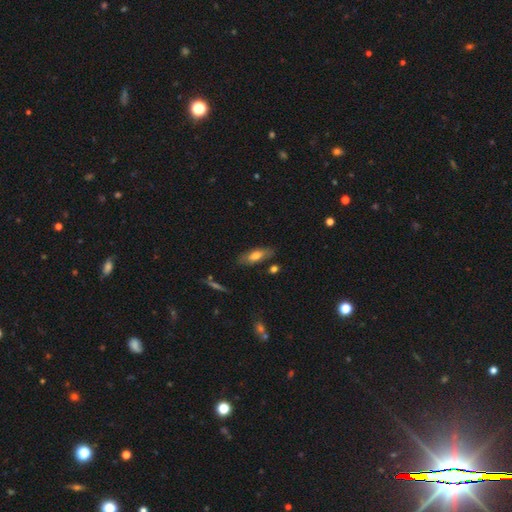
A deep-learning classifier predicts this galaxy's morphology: Smooth or featured? Predicted: smooth (p=0.60). How rounded? Predicted: in between (p=0.71). Merging? Predicted: none (p=0.79).